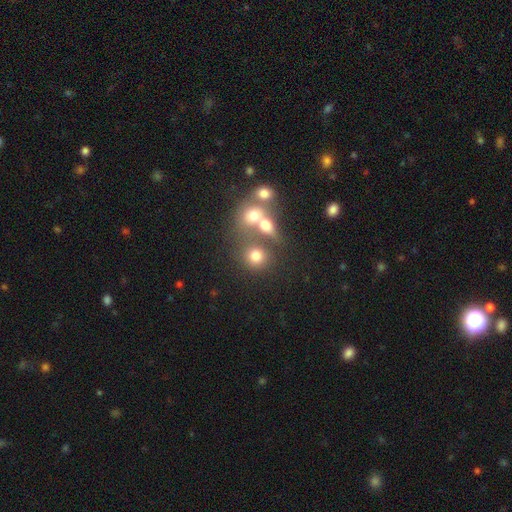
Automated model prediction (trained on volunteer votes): The model was most divided on "merging": none: 52%, merger: 34%, minor disturbance: 8%, major disturbance: 6%. More confident: how rounded — round (82%); smooth or featured — smooth (72%).